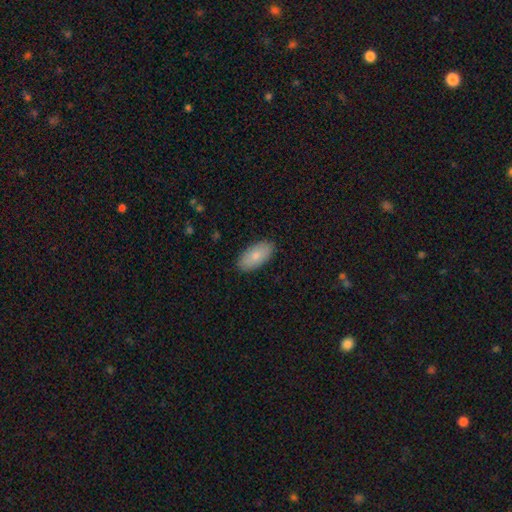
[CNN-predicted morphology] Smooth or featured?
  - smooth: 81% *
  - featured or disk: 13%
  - star or artifact: 6%
How rounded?
  - in between: 94% *
  - cigar-shaped: 3%
  - round: 3%
Merging?
  - none: 89% *
  - minor disturbance: 8%
  - major disturbance: 2%
  - merger: 1%